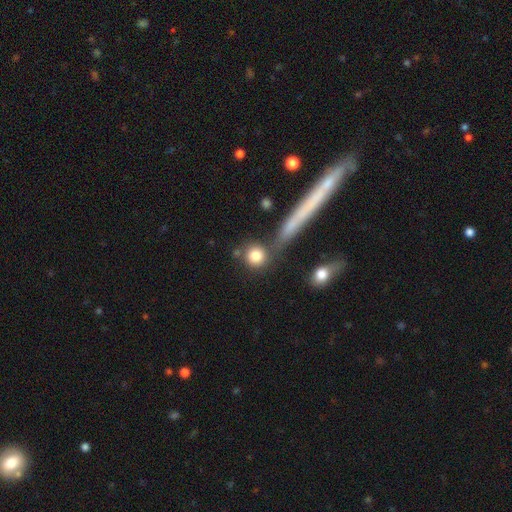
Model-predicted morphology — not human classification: The model was most divided on "merging": none: 71%, merger: 15%, minor disturbance: 10%, major disturbance: 5%. More confident: how rounded — round (86%); smooth or featured — smooth (82%).